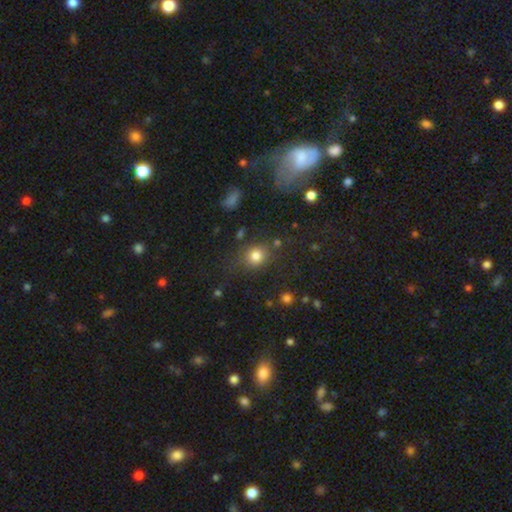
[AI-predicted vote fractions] Smooth or featured: smooth — 79% (star or artifact — 14%)
How rounded: round — 74% (in between — 25%)
Merging: none — 75% (minor disturbance — 14%)